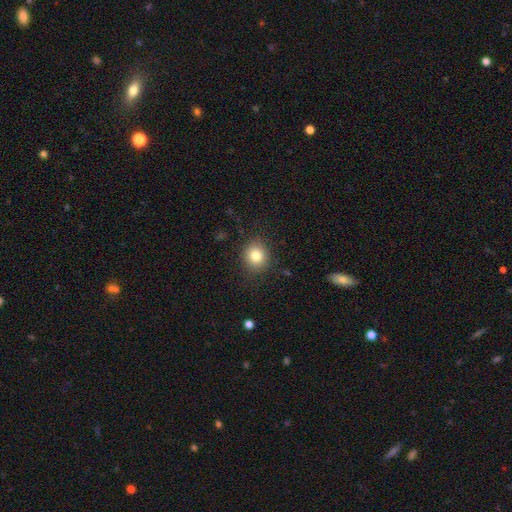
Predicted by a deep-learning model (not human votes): Smooth or featured: smooth — 81% (star or artifact — 11%)
How rounded: round — 82% (in between — 17%)
Merging: none — 88% (minor disturbance — 8%)